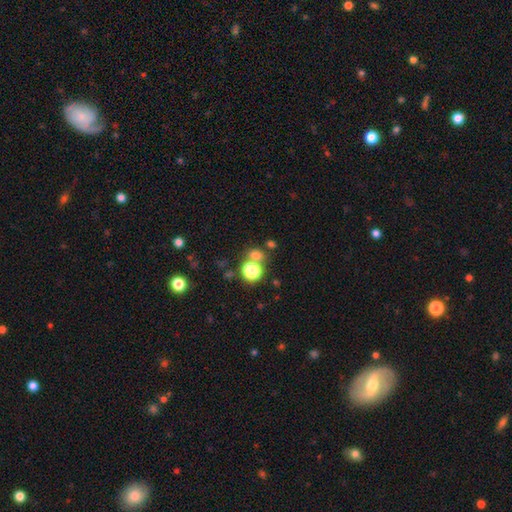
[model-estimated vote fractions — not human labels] Morphology: type=smooth (70%); roundness=round (72%); merging=none (61%).